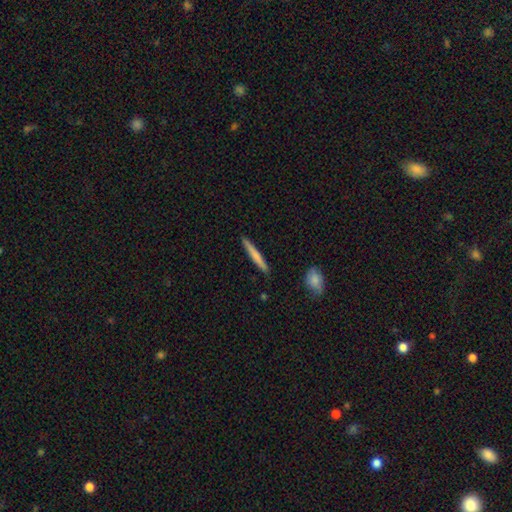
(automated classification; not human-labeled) This appears to be a smooth galaxy with no disk features (68%) that is cigar-shaped (96%). Merging: none (90%).